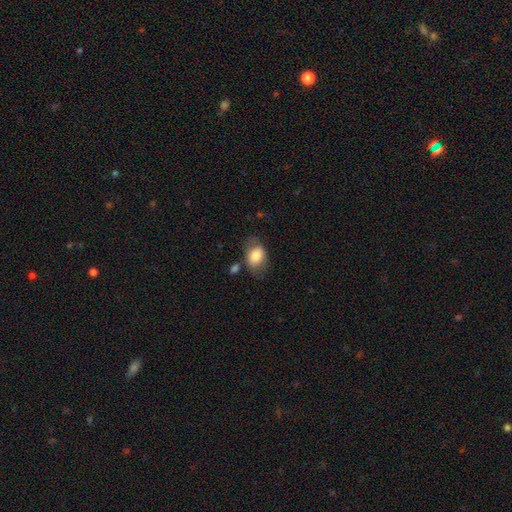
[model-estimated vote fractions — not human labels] Morphology: type=smooth (78%); roundness=in between (82%); merging=none (61%).